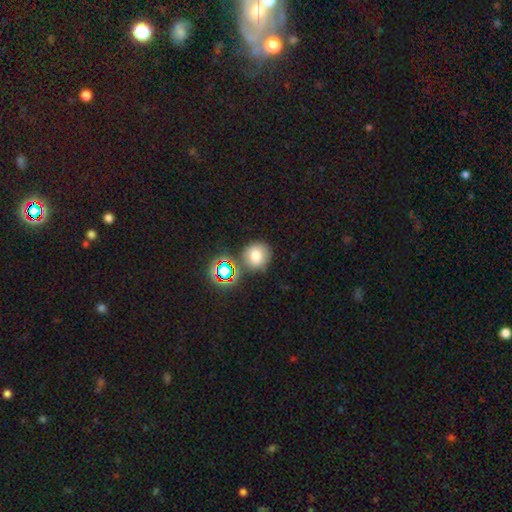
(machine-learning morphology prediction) smooth_or_featured: smooth (p=0.70) [alt: star or artifact p=0.19]
how_rounded: round (p=0.87) [alt: in between p=0.12]
merging: none (p=0.69) [alt: minor disturbance p=0.14]